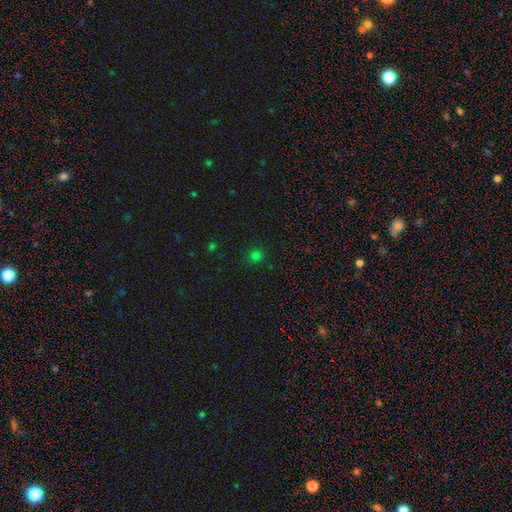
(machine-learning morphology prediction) Smooth or featured: smooth — 73% (star or artifact — 23%)
How rounded: round — 90% (in between — 9%)
Merging: none — 86% (minor disturbance — 9%)